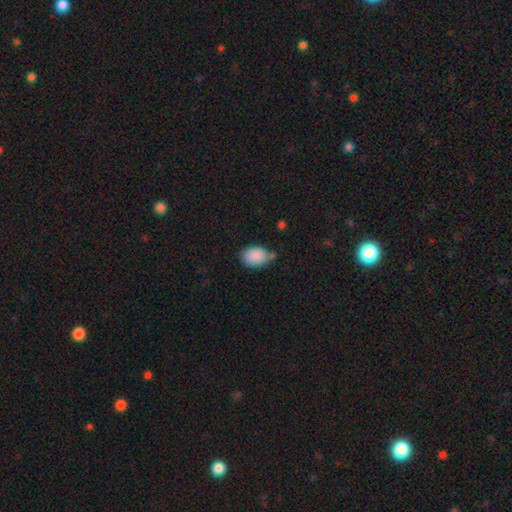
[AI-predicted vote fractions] This is clearly a smooth galaxy (89%). How rounded: likely in between (71%). Merging: likely none (66%).